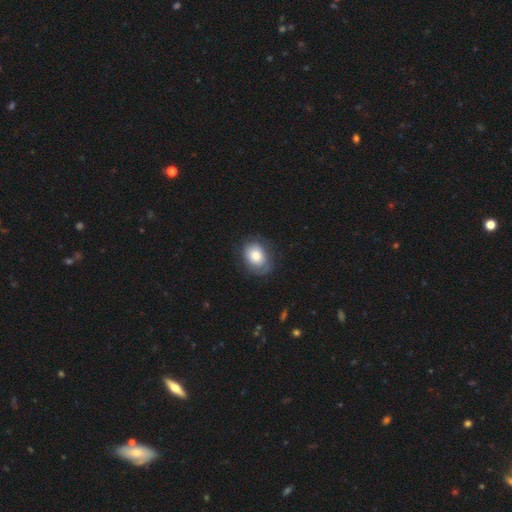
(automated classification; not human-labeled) The model was most divided on "how rounded": in between: 59%, round: 40%, cigar-shaped: 1%. More confident: smooth or featured — smooth (76%); merging — none (73%).